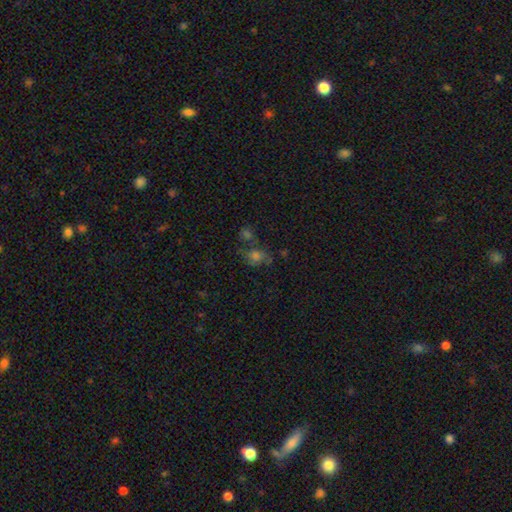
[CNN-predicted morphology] The model was most divided on "how rounded": round: 59%, in between: 39%, cigar-shaped: 2%. Remaining: smooth or featured — smooth (50%); merging — none (47%).